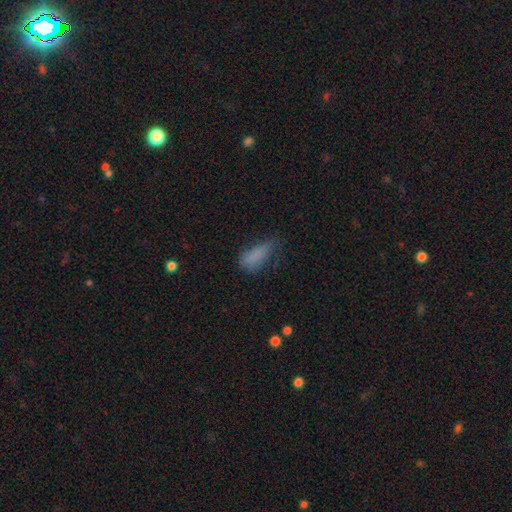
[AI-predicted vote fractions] smooth 78%, star or artifact 11%, featured or disk 10%. Down the decision tree: how rounded — in between (78%); merging — none (39%).